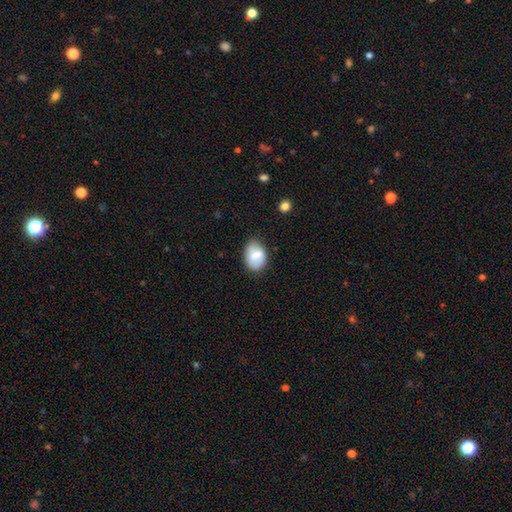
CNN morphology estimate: smooth_or_featured: smooth (p=0.76) [alt: featured or disk p=0.17]
how_rounded: in between (p=0.81) [alt: round p=0.18]
merging: none (p=0.70) [alt: minor disturbance p=0.23]